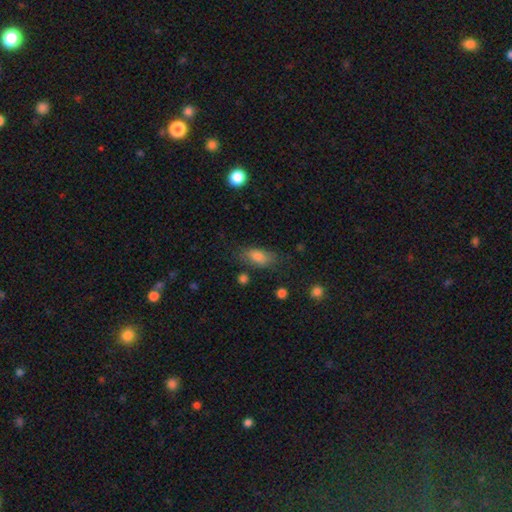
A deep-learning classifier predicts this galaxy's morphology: This is likely a smooth galaxy (78%). How rounded: clearly in between (84%). Merging: likely none (68%).